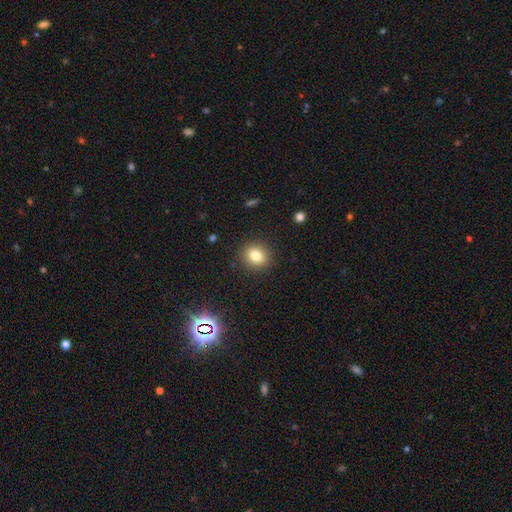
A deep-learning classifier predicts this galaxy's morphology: smooth-or-featured: smooth: 80% | star or artifact: 12% | featured or disk: 8%
  how-rounded: round: 68% | in between: 31% | cigar-shaped: 1%
  merging: none: 90% | minor disturbance: 7% | major disturbance: 2% | merger: 1%